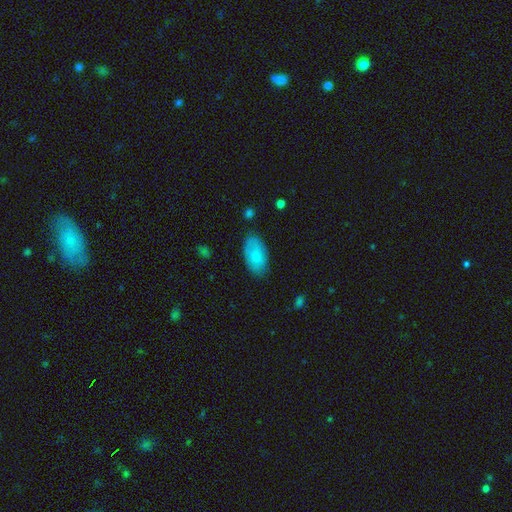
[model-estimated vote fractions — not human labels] smooth 78%, featured or disk 17%, star or artifact 6%. Down the decision tree: how rounded — in between (95%); merging — none (80%).